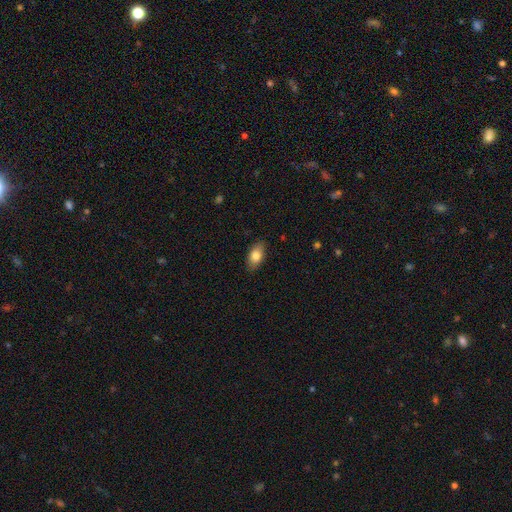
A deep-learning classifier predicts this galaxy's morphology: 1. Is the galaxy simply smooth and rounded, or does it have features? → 80% smooth, 13% featured or disk, 7% star or artifact.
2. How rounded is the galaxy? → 89% in between, 6% round, 5% cigar-shaped.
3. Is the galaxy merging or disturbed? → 86% none, 11% minor disturbance, 2% major disturbance, 1% merger.